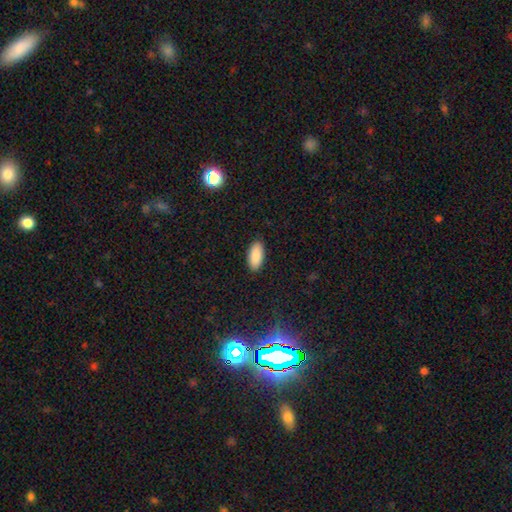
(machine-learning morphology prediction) smooth_or_featured: smooth (p=0.90) [alt: star or artifact p=0.06]
how_rounded: in between (p=0.91) [alt: cigar-shaped p=0.07]
merging: none (p=0.90) [alt: minor disturbance p=0.08]